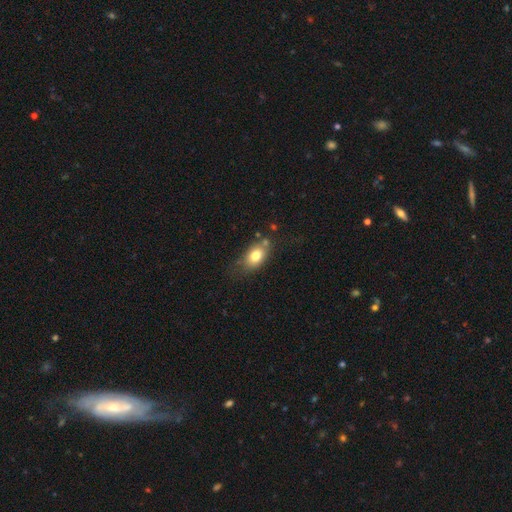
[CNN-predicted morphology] This is likely a smooth galaxy (76%). How rounded: clearly in between (80%). Merging: likely none (60%).